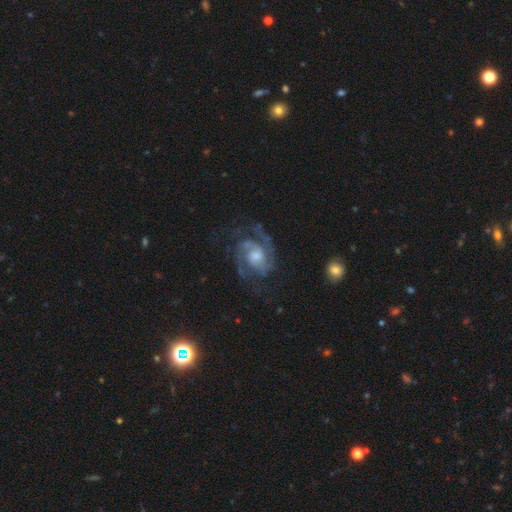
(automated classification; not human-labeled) A featured or disk galaxy (91%) with no bar (56%), 2 (68%) medium (47%) spiral arms (98%) and a moderate central bulge (54%).

Vote fractions:
- Smooth or featured? featured or disk: 91% / star or artifact: 5% / smooth: 4%
- Edge-on disk? no: 98% / yes: 2%
- Bar? no: 56% / weak: 36% / strong: 8%
- Spiral arms? yes: 98% / no: 2%
- Spiral winding? medium: 47% / tight: 43% / loose: 9%
- Spiral arm count? 2: 68% / 3: 14% / can't tell: 8% / 1: 3% / 4: 3% / more than 4: 3%
- Bulge size? moderate: 54% / small: 28% / large: 12% / none: 5% / dominant: 1%
- Merging? none: 71% / minor disturbance: 17% / major disturbance: 11% / merger: 2%